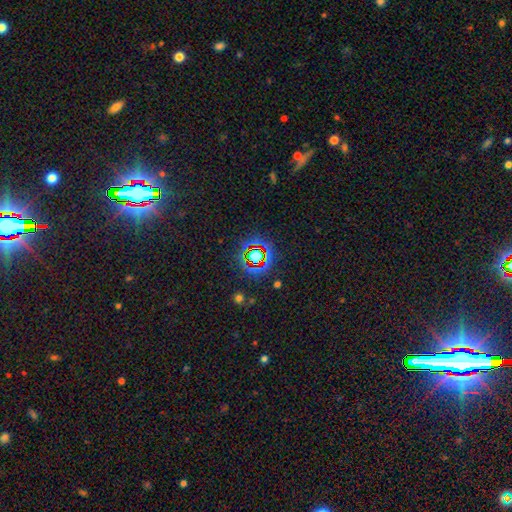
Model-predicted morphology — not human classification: Smooth or featured: star or artifact — 71% (smooth — 18%)